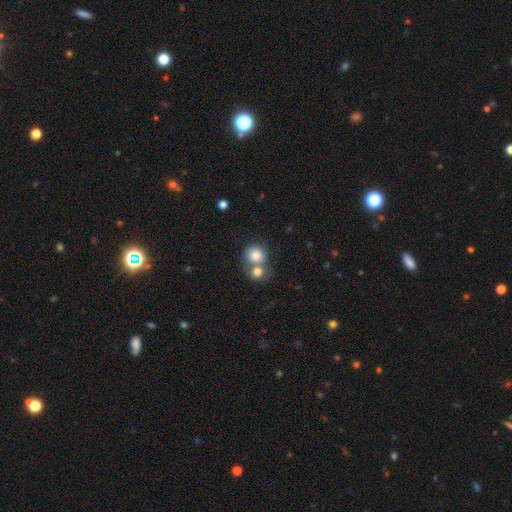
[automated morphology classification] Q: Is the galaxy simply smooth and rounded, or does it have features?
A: smooth — 81%.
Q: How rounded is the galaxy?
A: round — 82%.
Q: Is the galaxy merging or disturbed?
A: merger — 54%.